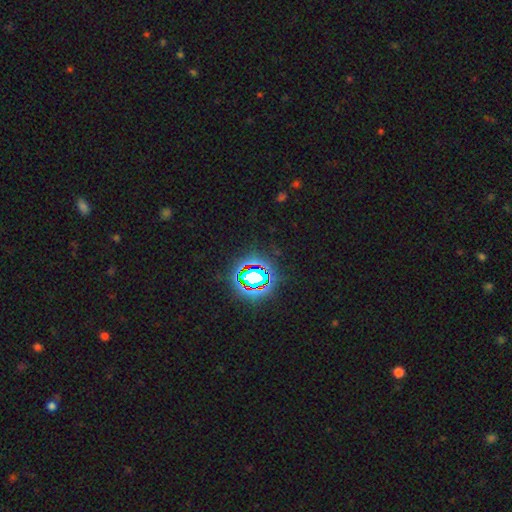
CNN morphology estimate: type=star or artifact (78%).